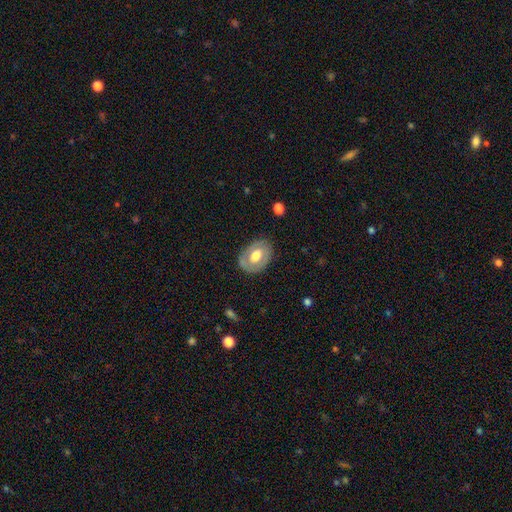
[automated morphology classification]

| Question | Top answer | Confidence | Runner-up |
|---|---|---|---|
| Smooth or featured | smooth | 48% | featured or disk (46%) |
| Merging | none | 79% | minor disturbance (15%) |